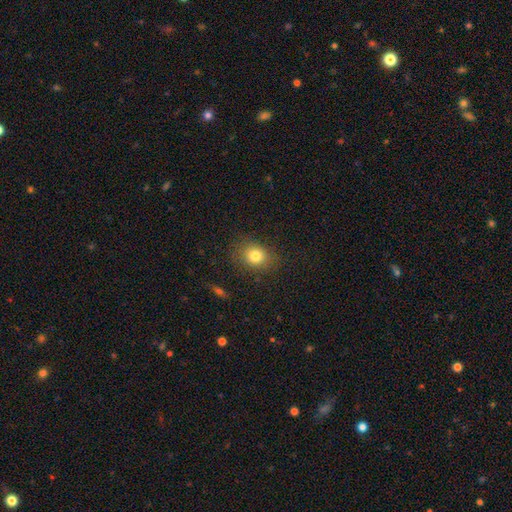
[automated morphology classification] Q: Smooth or featured?
A: smooth (79%); runner-up: star or artifact (12%)
Q: How rounded?
A: round (54%); runner-up: in between (45%)
Q: Merging?
A: none (82%); runner-up: minor disturbance (12%)